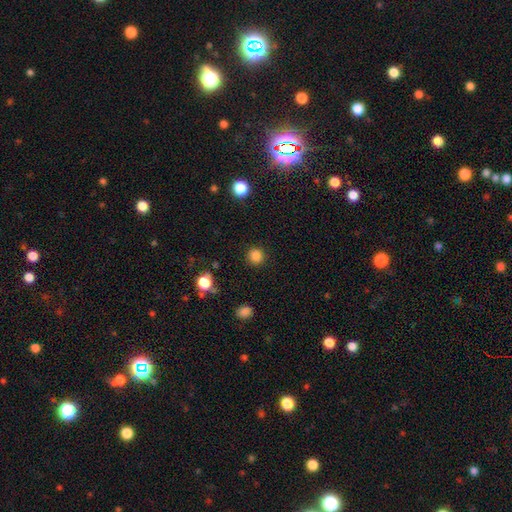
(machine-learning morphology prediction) smooth 84%, star or artifact 12%, featured or disk 3%. Down the decision tree: how rounded — round (93%); merging — none (90%).